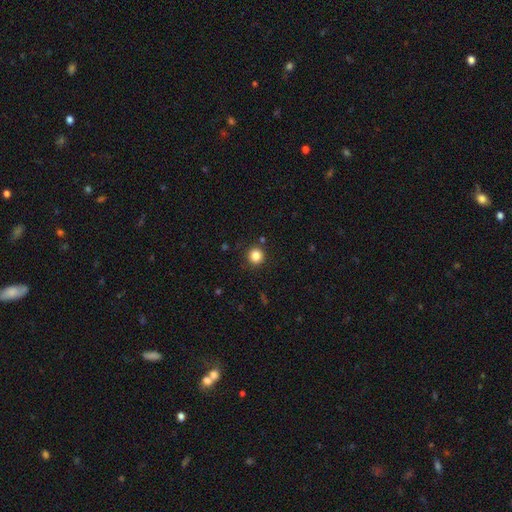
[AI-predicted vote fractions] Overall: smooth (84%). How rounded: round (93%). Merging: none (90%).